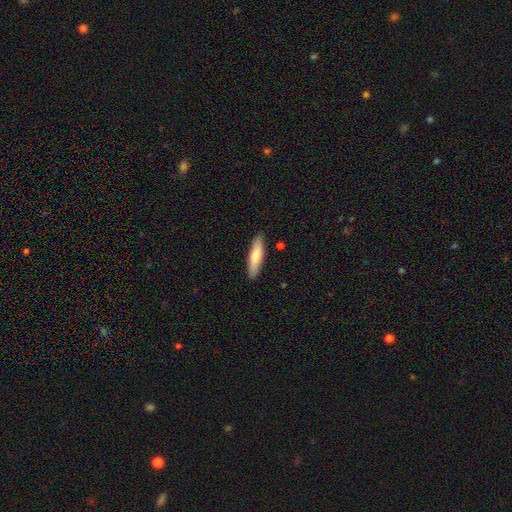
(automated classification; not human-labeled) A smooth galaxy with no disk features (74%) that is cigar-shaped (73%). Merging: none (89%).